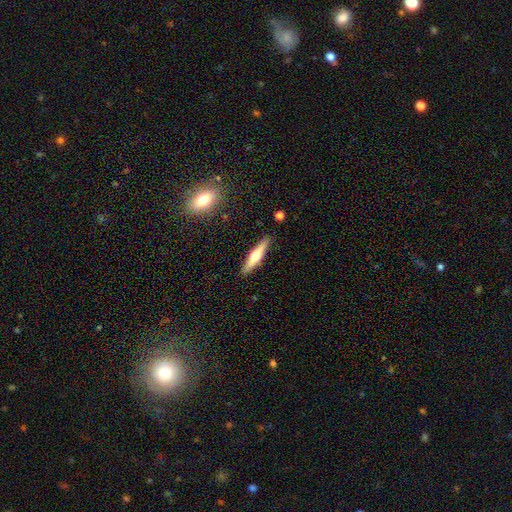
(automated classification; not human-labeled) smooth-or-featured: featured or disk: 53% | smooth: 41% | star or artifact: 6%
  disk-edge-on: yes: 94% | no: 6%
    edge-on-bulge: rounded: 92% | none: 4% | boxy: 3%
  merging: none: 90% | minor disturbance: 7% | major disturbance: 2% | merger: 1%